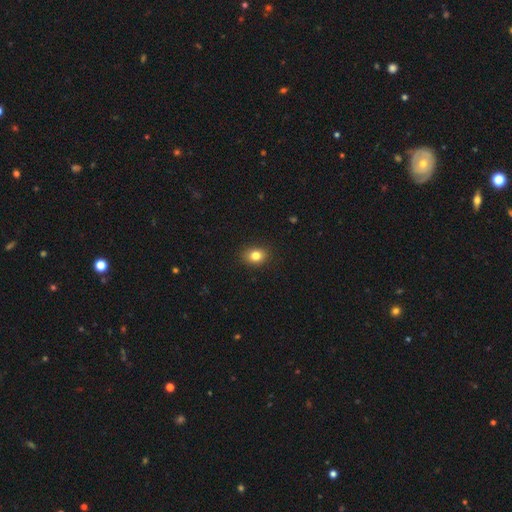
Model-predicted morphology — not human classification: Q: Smooth or featured?
A: smooth (82%); runner-up: star or artifact (11%)
Q: How rounded?
A: in between (54%); runner-up: round (45%)
Q: Merging?
A: none (89%); runner-up: minor disturbance (8%)